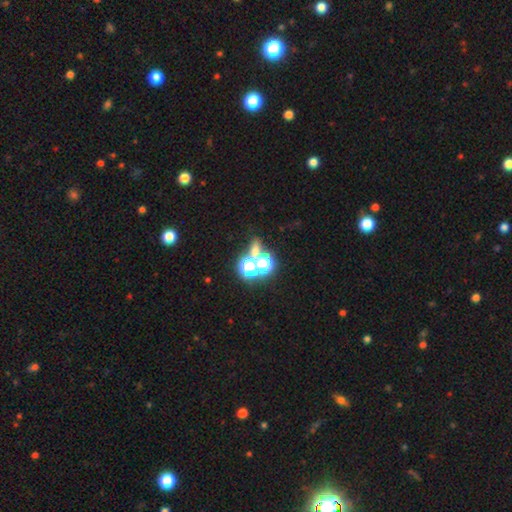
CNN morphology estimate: Smooth or featured?
  - star or artifact: 54% *
  - smooth: 33%
  - featured or disk: 13%